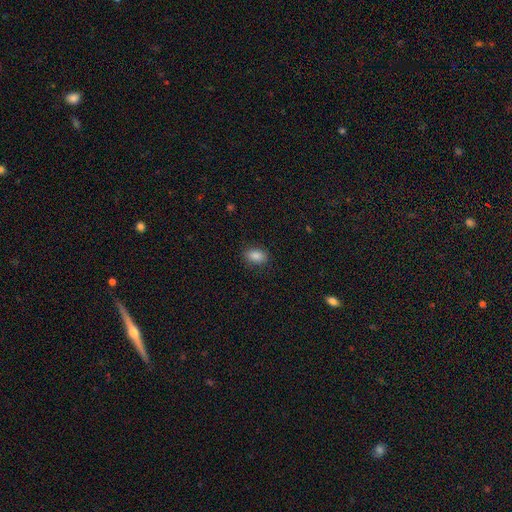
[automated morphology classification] smooth-or-featured: smooth: 86% | star or artifact: 9% | featured or disk: 4%
  how-rounded: in between: 84% | round: 14% | cigar-shaped: 2%
  merging: none: 87% | minor disturbance: 10% | major disturbance: 2% | merger: 1%